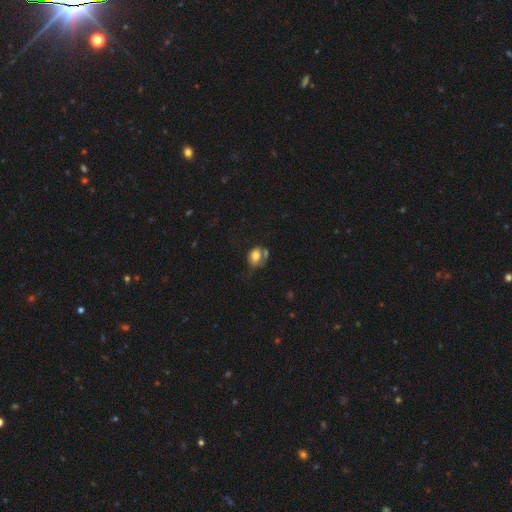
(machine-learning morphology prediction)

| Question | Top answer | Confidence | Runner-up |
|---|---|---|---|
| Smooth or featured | smooth | 72% | featured or disk (18%) |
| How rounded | in between | 54% | round (45%) |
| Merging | none | 35% | minor disturbance (24%) |